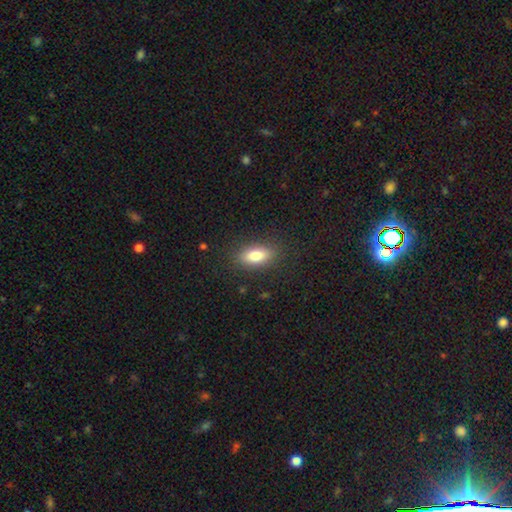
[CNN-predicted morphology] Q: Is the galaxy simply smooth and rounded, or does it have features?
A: smooth — 80%.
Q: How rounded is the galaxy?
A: in between — 84%.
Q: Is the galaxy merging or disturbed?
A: none — 86%.